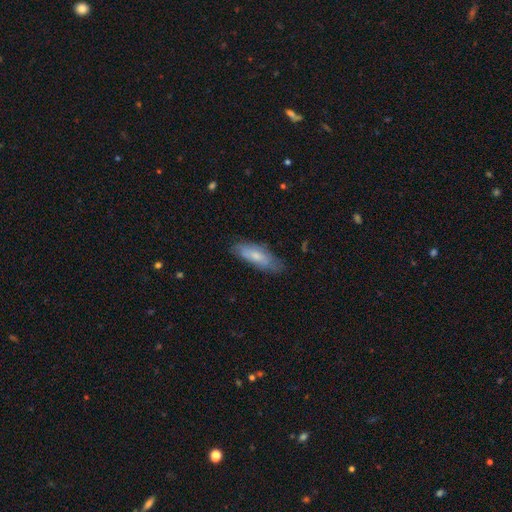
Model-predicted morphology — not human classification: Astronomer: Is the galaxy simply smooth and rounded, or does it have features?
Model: smooth — 62%.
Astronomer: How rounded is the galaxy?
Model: in between — 59% (runner-up: cigar-shaped, 39%).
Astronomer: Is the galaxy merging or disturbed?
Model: none — 69%.